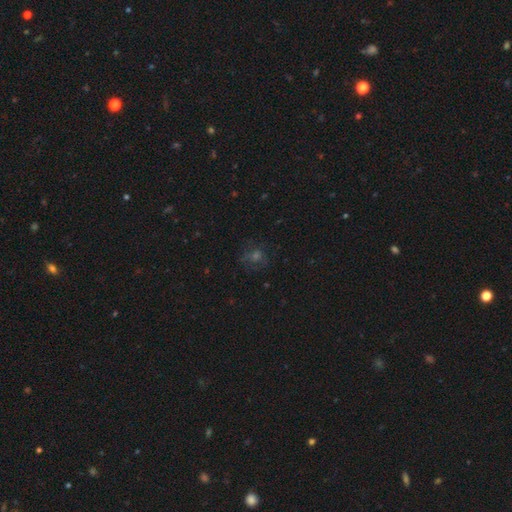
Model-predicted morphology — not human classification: This appears to be a smooth galaxy with no disk features (40%). Merging: none (75%).